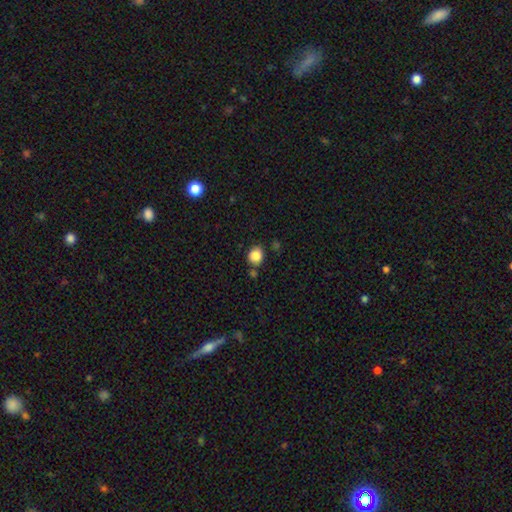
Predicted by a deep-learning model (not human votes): smooth_or_featured: smooth (p=0.87) [alt: star or artifact p=0.09]
how_rounded: round (p=0.68) [alt: in between p=0.31]
merging: none (p=0.75) [alt: minor disturbance p=0.13]